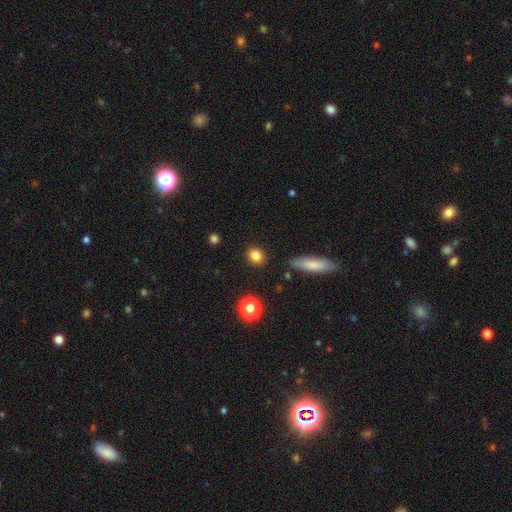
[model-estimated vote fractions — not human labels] The model was most divided on "how rounded": round: 61%, in between: 36%, cigar-shaped: 3%. More confident: merging — none (87%); smooth or featured — smooth (84%).